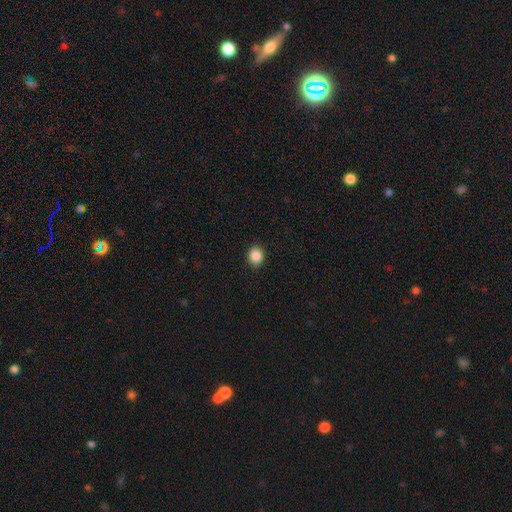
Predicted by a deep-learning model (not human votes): Q: Smooth or featured?
A: smooth (87%); runner-up: star or artifact (10%)
Q: How rounded?
A: round (63%); runner-up: in between (36%)
Q: Merging?
A: none (91%); runner-up: minor disturbance (6%)